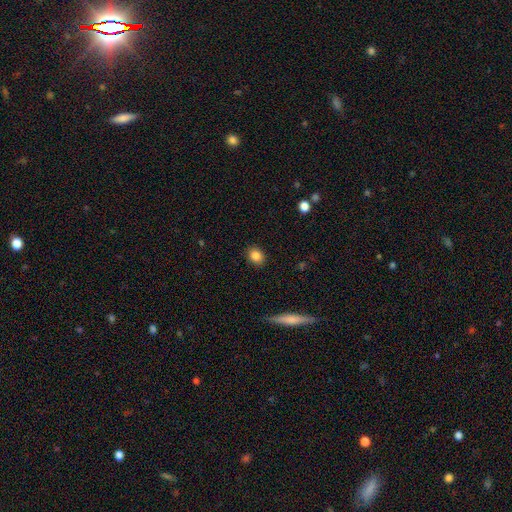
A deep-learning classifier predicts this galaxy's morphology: Q: Smooth or featured?
A: smooth (85%); runner-up: star or artifact (9%)
Q: How rounded?
A: round (58%); runner-up: in between (40%)
Q: Merging?
A: none (88%); runner-up: minor disturbance (8%)